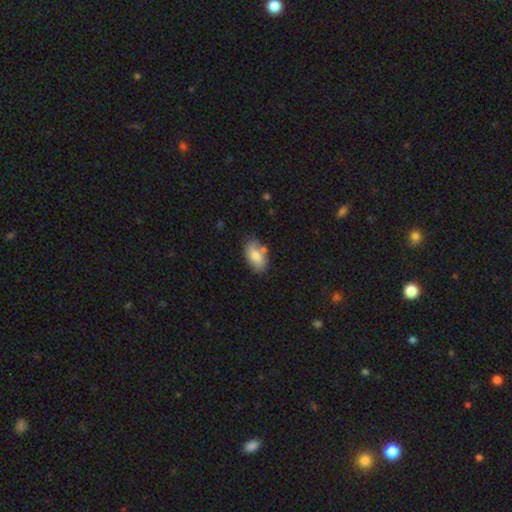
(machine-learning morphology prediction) type=smooth (78%); roundness=in between (93%); merging=none (70%).